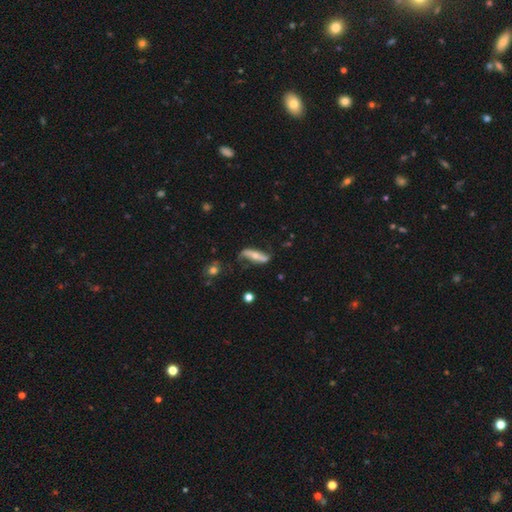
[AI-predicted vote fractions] Q: Smooth or featured?
A: featured or disk (70%); runner-up: smooth (23%)
Q: Edge-on disk?
A: no (69%); runner-up: yes (31%)
Q: Merging?
A: none (61%); runner-up: minor disturbance (24%)